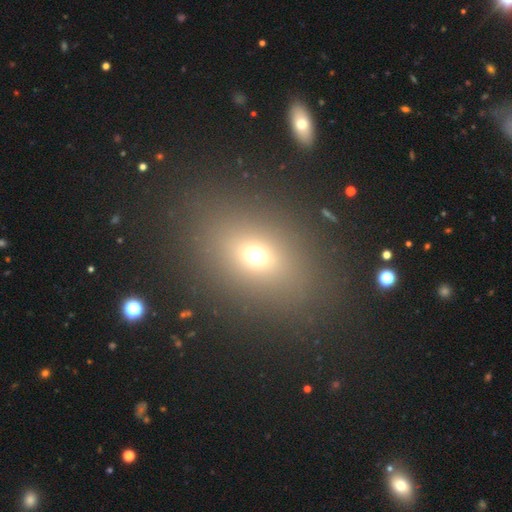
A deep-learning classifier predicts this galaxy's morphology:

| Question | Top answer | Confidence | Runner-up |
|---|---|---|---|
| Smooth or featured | smooth | 67% | star or artifact (20%) |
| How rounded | in between | 65% | round (32%) |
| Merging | none | 84% | minor disturbance (9%) |